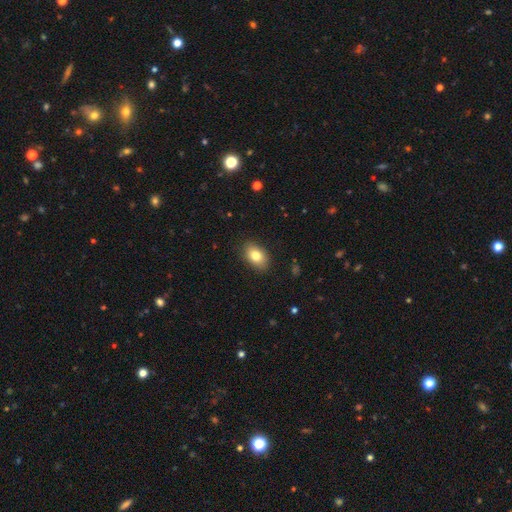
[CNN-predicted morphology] A smooth galaxy with no disk features (81%) that is in between round and cigar-shaped (85%).

Vote fractions:
- Smooth or featured? smooth: 81% / featured or disk: 11% / star or artifact: 8%
- How rounded? in between: 85% / round: 14% / cigar-shaped: 1%
- Merging? none: 87% / minor disturbance: 9% / major disturbance: 2% / merger: 1%